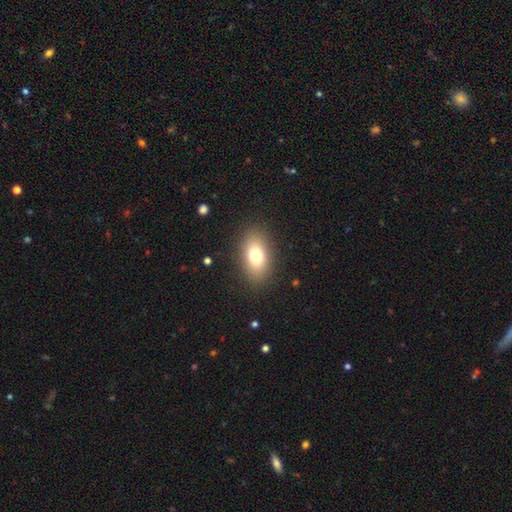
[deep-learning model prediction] Smooth or featured: smooth — 76% (featured or disk — 14%)
How rounded: in between — 86% (round — 11%)
Merging: none — 87% (minor disturbance — 9%)